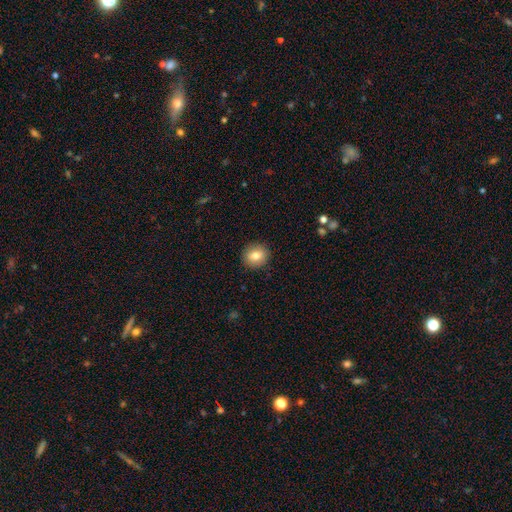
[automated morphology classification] A smooth galaxy with no disk features (81%) that is round (83%). Merging: none (91%).